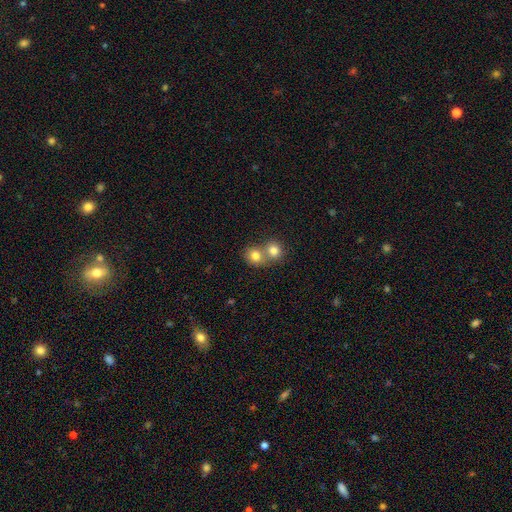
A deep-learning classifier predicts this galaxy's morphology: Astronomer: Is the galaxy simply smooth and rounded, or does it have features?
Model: smooth — 80%.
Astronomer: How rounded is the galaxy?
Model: round — 79%.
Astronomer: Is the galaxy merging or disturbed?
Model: merger — 57% (runner-up: none, 36%).